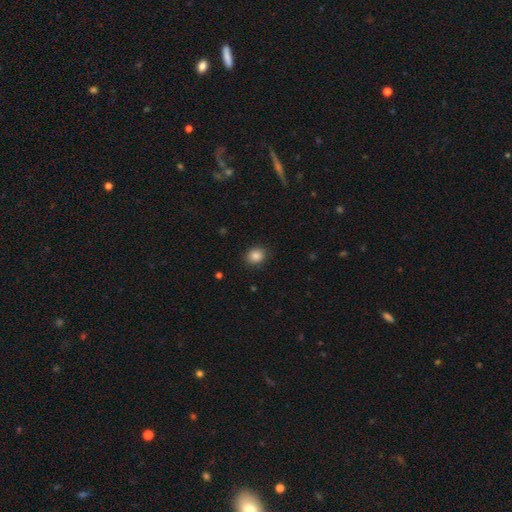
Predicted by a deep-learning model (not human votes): smooth-or-featured: smooth: 86% | star or artifact: 10% | featured or disk: 4%
  how-rounded: round: 63% | in between: 36% | cigar-shaped: 1%
  merging: none: 88% | minor disturbance: 9% | major disturbance: 2% | merger: 1%